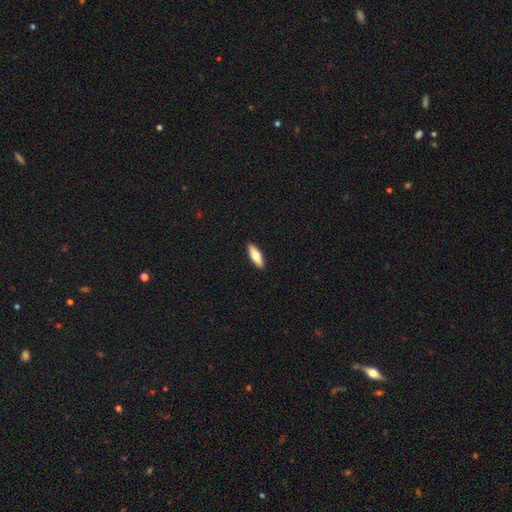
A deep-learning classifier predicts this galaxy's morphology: A smooth galaxy with no disk features (71%) that is in between round and cigar-shaped (52%). Merging: none (92%).